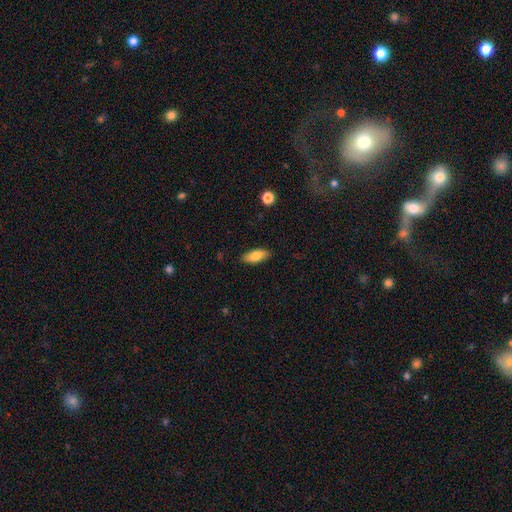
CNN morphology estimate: This is clearly a smooth galaxy (80%). How rounded: clearly in between (84%). Merging: clearly none (88%).